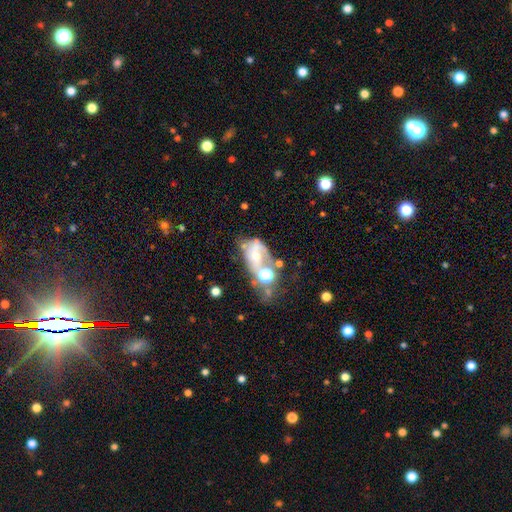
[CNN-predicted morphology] type=featured or disk (53%); edge-on=no (95%); bar=no (72%); spiral arms=no (60%); bulge=moderate (50%); merging=merger (39%).